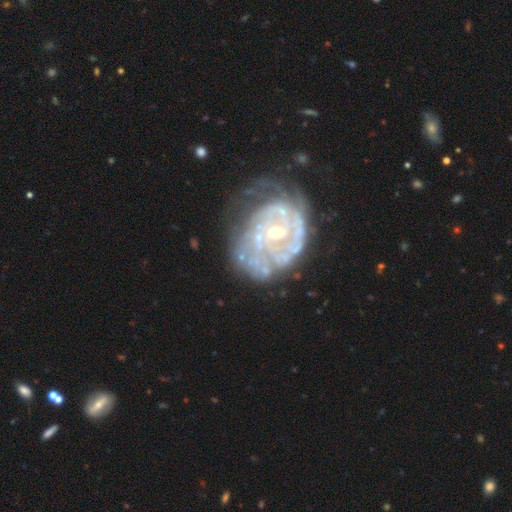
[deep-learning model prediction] smooth_or_featured: featured or disk (p=0.76) [alt: smooth p=0.12]
disk_edge_on: no (p=0.96) [alt: yes p=0.04]
bar: no (p=0.66) [alt: weak p=0.23]
has_spiral_arms: yes (p=0.72) [alt: no p=0.28]
spiral_winding: tight (p=0.71) [alt: medium p=0.21]
spiral_arm_count: can't tell (p=0.45) [alt: 2 p=0.23]
bulge_size: small (p=0.60) [alt: moderate p=0.34]
merging: none (p=0.57) [alt: minor disturbance p=0.21]